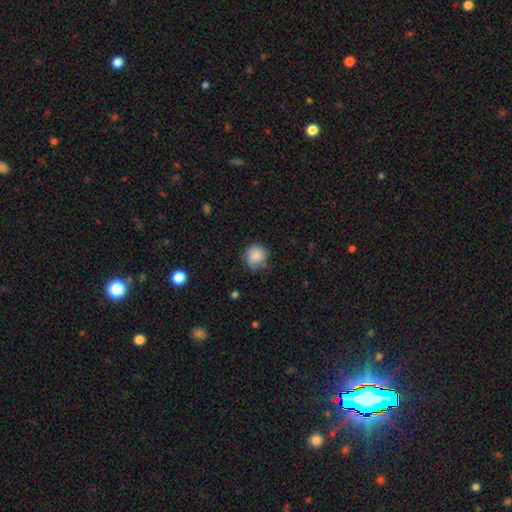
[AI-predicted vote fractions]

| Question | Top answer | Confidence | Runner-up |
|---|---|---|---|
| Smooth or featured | smooth | 84% | star or artifact (8%) |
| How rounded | round | 84% | in between (15%) |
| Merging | none | 62% | minor disturbance (27%) |